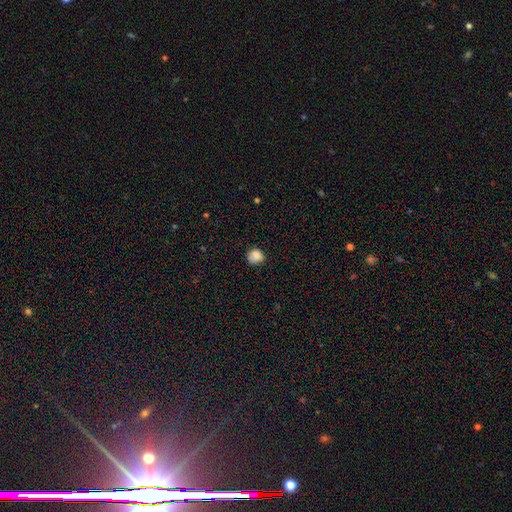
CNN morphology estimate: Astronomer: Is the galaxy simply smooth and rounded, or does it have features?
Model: smooth — 84%.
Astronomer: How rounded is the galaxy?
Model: round — 81%.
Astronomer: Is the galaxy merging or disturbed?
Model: none — 72%.